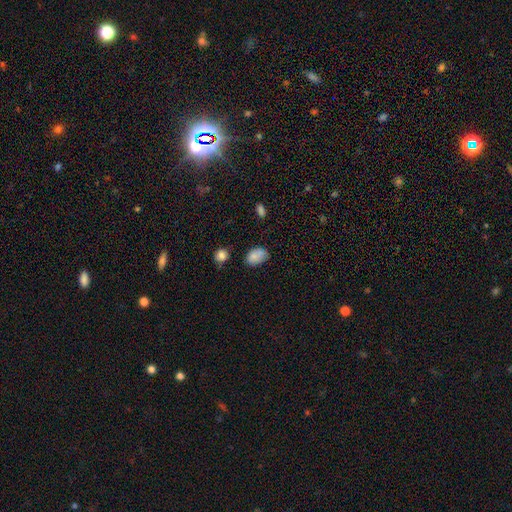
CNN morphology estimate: smooth_or_featured: smooth (p=0.82) [alt: star or artifact p=0.09]
how_rounded: in between (p=0.87) [alt: round p=0.12]
merging: none (p=0.62) [alt: minor disturbance p=0.27]